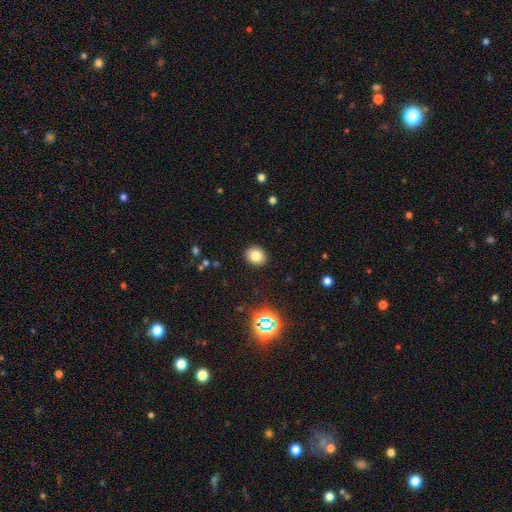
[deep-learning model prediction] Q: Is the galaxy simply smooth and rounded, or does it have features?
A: smooth — 79%.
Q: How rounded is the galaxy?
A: round — 59%.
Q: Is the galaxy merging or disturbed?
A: none — 91%.